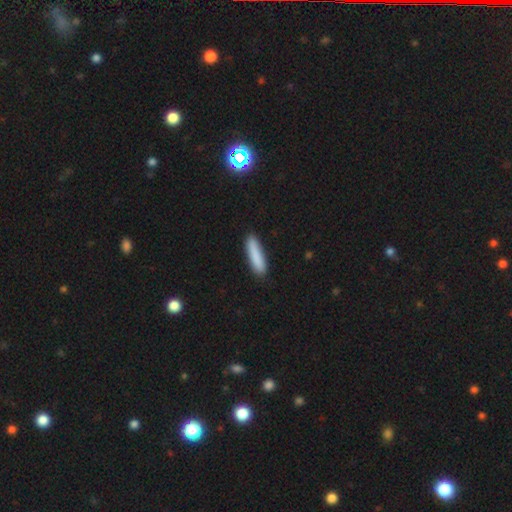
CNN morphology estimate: smooth-or-featured: smooth: 87% | featured or disk: 7% | star or artifact: 6%
  how-rounded: cigar-shaped: 81% | in between: 18% | round: 1%
  merging: none: 87% | minor disturbance: 10% | major disturbance: 2% | merger: 1%